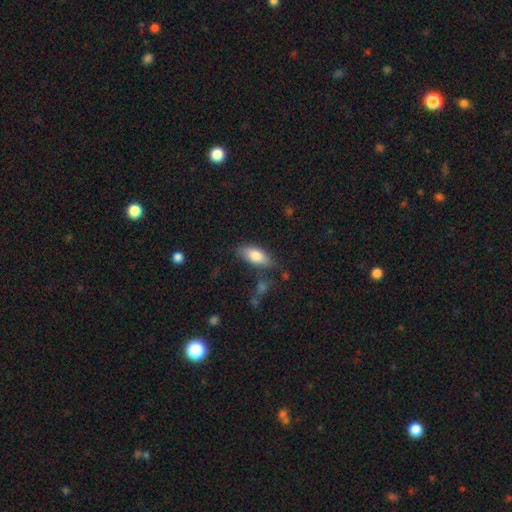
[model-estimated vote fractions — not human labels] A smooth galaxy with no disk features (80%) that is in between round and cigar-shaped (80%). Merging: none (73%).